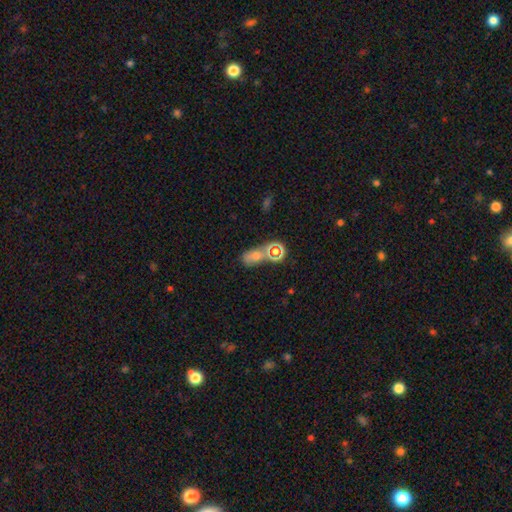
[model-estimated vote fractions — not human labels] A smooth galaxy with no disk features (58%) that is in between round and cigar-shaped (71%).

Vote fractions:
- Smooth or featured? smooth: 58% / star or artifact: 30% / featured or disk: 13%
- How rounded? in between: 71% / round: 23% / cigar-shaped: 5%
- Merging? none: 44% / merger: 28% / minor disturbance: 18% / major disturbance: 11%